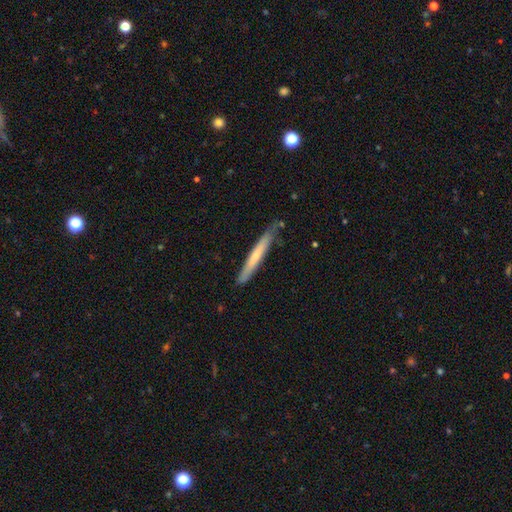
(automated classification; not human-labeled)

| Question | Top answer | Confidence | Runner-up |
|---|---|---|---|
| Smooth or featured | smooth | 58% | featured or disk (37%) |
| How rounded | cigar-shaped | 96% | in between (3%) |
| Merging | none | 79% | minor disturbance (17%) |